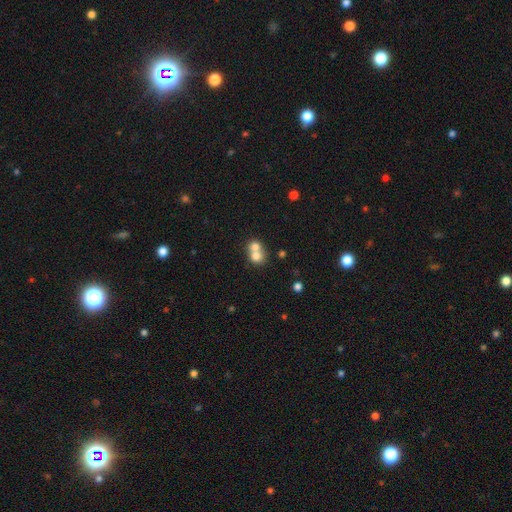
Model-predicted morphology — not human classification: Smooth or featured?
  - smooth: 73% *
  - featured or disk: 17%
  - star or artifact: 10%
How rounded?
  - round: 76% *
  - in between: 23%
  - cigar-shaped: 1%
Merging?
  - merger: 68% *
  - none: 25%
  - minor disturbance: 4%
  - major disturbance: 2%